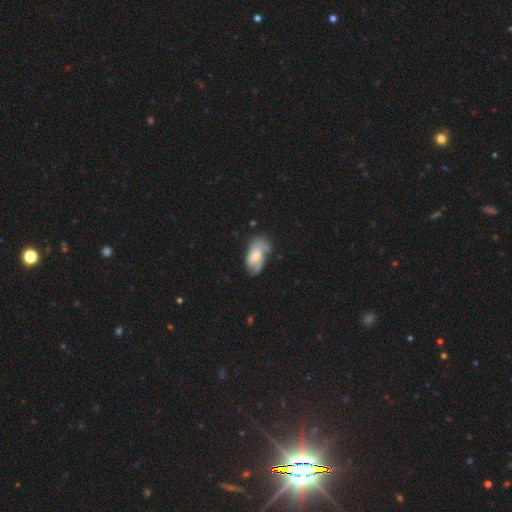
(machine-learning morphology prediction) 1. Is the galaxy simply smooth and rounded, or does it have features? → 52% featured or disk, 42% smooth, 7% star or artifact.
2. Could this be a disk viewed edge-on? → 94% no, 6% yes.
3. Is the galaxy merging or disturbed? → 50% none, 29% minor disturbance, 16% major disturbance, 5% merger.